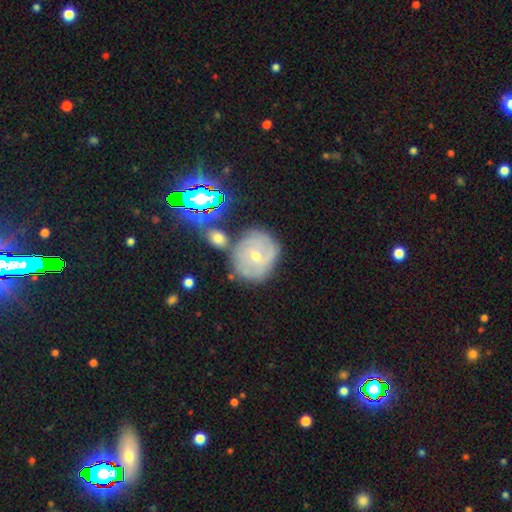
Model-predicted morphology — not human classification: A featured or disk galaxy (57%) with no bar (62%), spiral arms (71%) and a small central bulge (49%).

Vote fractions:
- Smooth or featured? featured or disk: 57% / smooth: 32% / star or artifact: 11%
- Edge-on disk? no: 96% / yes: 4%
- Bar? no: 62% / weak: 31% / strong: 7%
- Spiral arms? yes: 71% / no: 29%
- Bulge size? small: 49% / moderate: 47% / large: 2% / none: 1% / dominant: 1%
- Merging? none: 62% / minor disturbance: 18% / merger: 14% / major disturbance: 6%